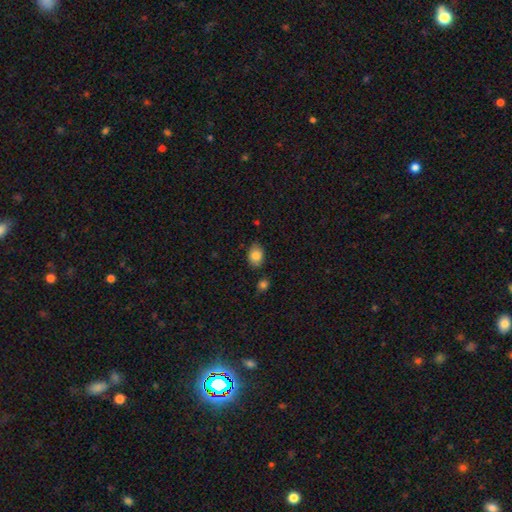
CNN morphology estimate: Q: Smooth or featured?
A: smooth (84%); runner-up: star or artifact (9%)
Q: How rounded?
A: in between (72%); runner-up: round (27%)
Q: Merging?
A: none (77%); runner-up: minor disturbance (17%)